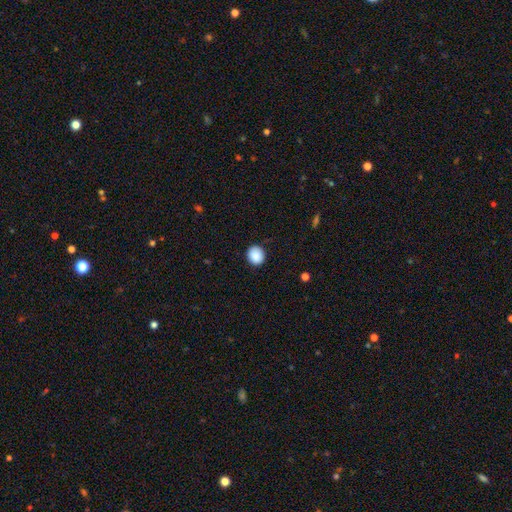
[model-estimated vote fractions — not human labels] This appears to be a smooth galaxy with no disk features (89%) that is round (78%). Merging: none (88%).